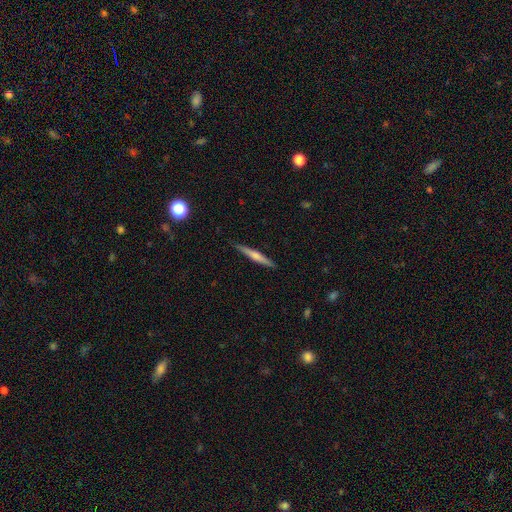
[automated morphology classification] Smooth or featured?
  - featured or disk: 49% *
  - smooth: 45%
  - star or artifact: 6%
Merging?
  - none: 91% *
  - minor disturbance: 7%
  - major disturbance: 1%
  - merger: 1%